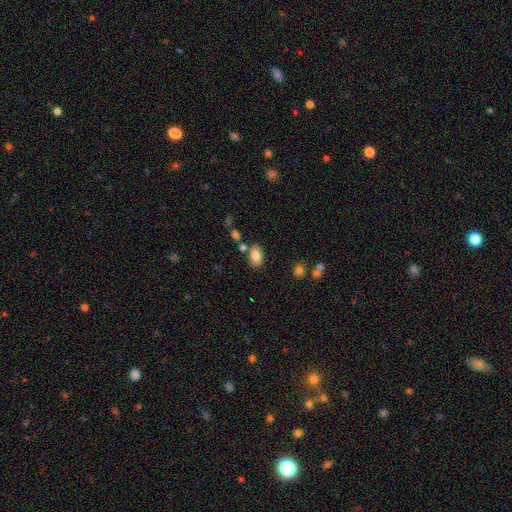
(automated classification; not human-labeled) The model was most divided on "merging": none: 75%, minor disturbance: 12%, merger: 9%, major disturbance: 3%. More confident: how rounded — in between (87%); smooth or featured — smooth (84%).